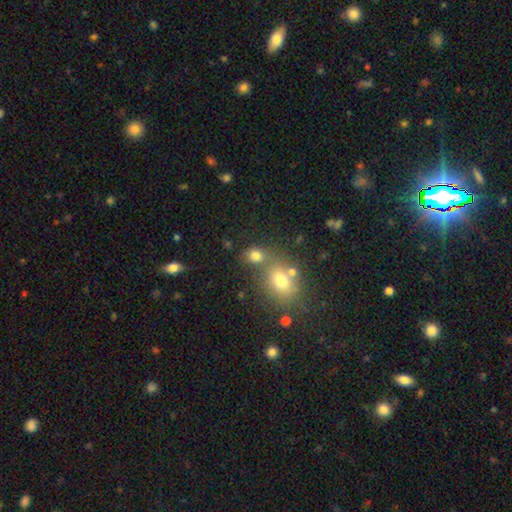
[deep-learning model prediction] Morphology: type=smooth (75%); roundness=round (57%); merging=none (53%).